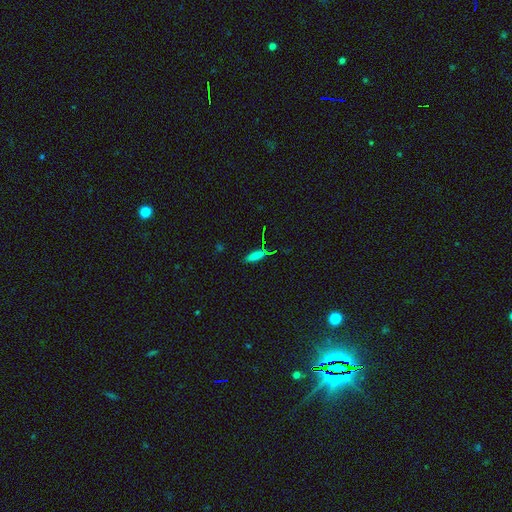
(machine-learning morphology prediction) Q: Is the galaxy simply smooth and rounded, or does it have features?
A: smooth — 68%.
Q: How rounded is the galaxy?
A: in between — 50%.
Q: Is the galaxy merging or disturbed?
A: none — 73%.